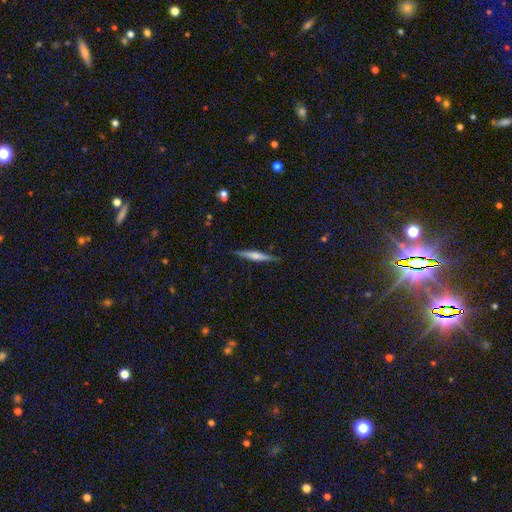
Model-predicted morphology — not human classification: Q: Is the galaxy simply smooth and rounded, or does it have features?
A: featured or disk — 55%.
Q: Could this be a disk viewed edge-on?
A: yes — 97%.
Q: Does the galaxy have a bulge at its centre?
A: rounded — 65%.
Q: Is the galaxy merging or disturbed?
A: none — 88%.